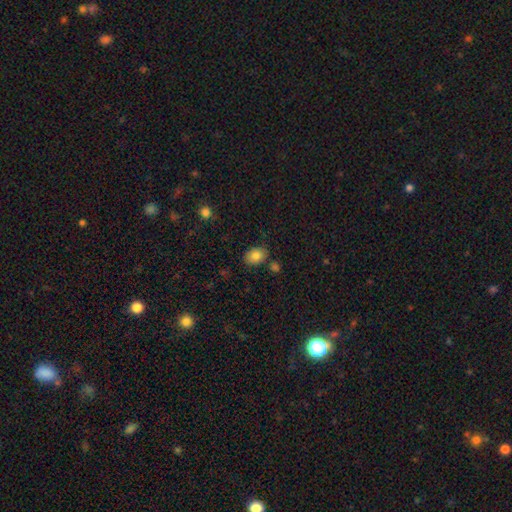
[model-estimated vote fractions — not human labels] smooth 84%, star or artifact 9%, featured or disk 6%. Down the decision tree: how rounded — in between (69%); merging — none (76%).